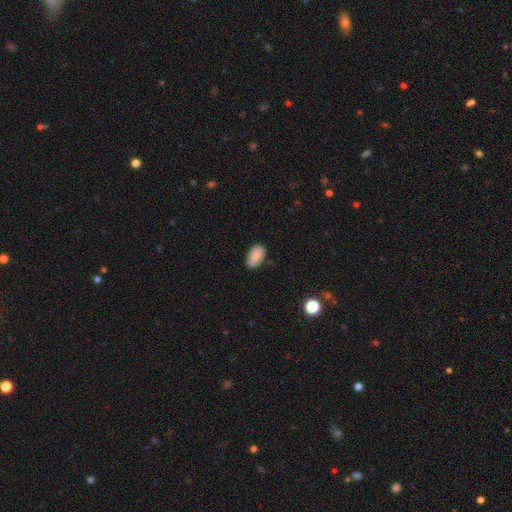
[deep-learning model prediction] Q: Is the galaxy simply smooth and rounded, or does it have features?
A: smooth — 86%.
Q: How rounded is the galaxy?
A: in between — 93%.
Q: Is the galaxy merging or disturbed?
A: none — 76%.